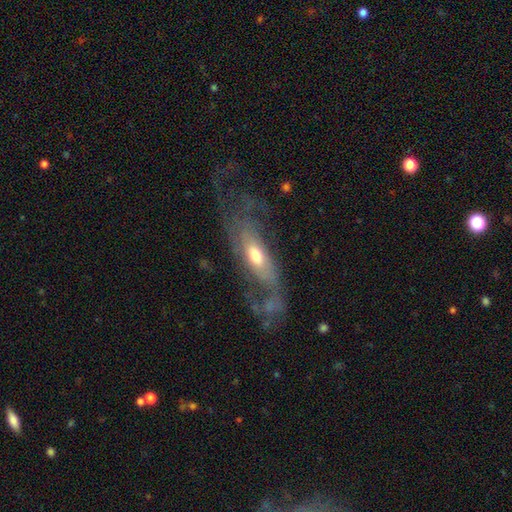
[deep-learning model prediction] Smooth or featured?
  - featured or disk: 65% *
  - smooth: 29%
  - star or artifact: 6%
Edge-on disk?
  - no: 77% *
  - yes: 23%
Merging?
  - none: 46% *
  - major disturbance: 29%
  - minor disturbance: 21%
  - merger: 3%